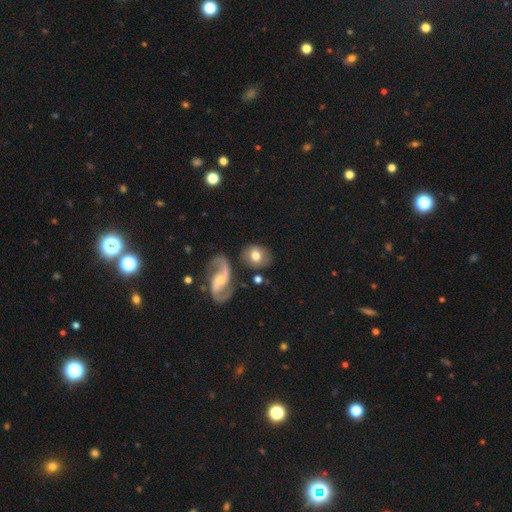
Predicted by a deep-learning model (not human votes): Smooth or featured? smooth (62%)
How rounded? round (58%)
Merging? none (73%)